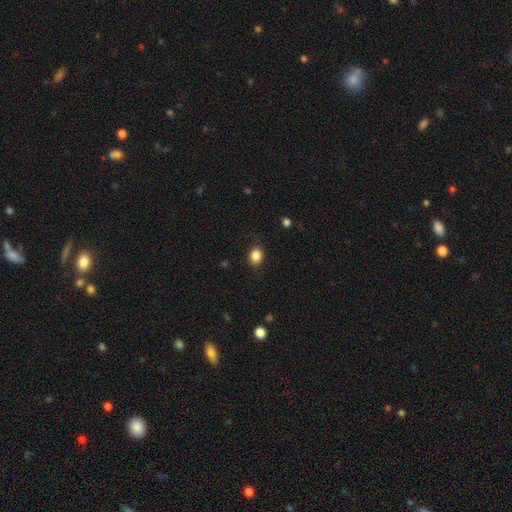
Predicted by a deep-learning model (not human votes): A smooth galaxy with no disk features (86%) that is in between round and cigar-shaped (54%).

Vote fractions:
- Smooth or featured? smooth: 86% / star or artifact: 10% / featured or disk: 5%
- How rounded? in between: 54% / round: 45% / cigar-shaped: 1%
- Merging? none: 83% / minor disturbance: 12% / major disturbance: 3% / merger: 1%